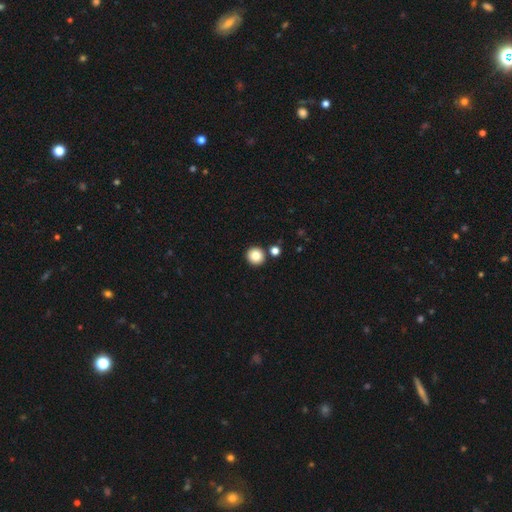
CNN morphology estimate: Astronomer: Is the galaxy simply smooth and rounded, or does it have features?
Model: smooth — 85%.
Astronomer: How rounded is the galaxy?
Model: round — 93%.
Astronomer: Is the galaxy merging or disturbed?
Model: none — 87%.